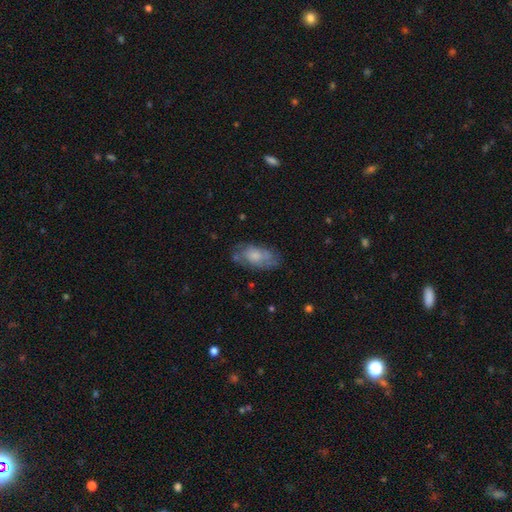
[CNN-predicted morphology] Smooth or featured? Predicted: smooth (p=0.51). How rounded? Predicted: in between (p=0.88). Merging? Predicted: none (p=0.64).